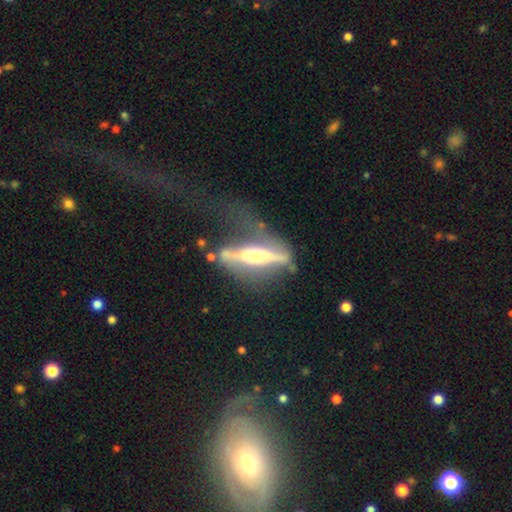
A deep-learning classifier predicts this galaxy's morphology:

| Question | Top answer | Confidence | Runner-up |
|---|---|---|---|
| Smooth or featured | featured or disk | 77% | smooth (18%) |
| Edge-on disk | yes | 81% | no (19%) |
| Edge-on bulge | rounded | 88% | boxy (7%) |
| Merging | none | 41% | major disturbance (29%) |